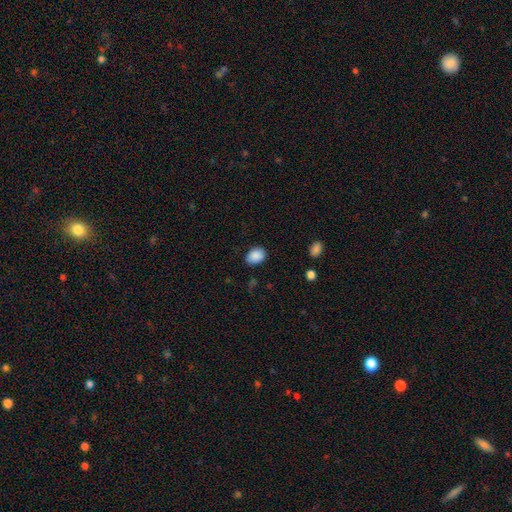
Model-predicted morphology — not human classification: A smooth galaxy with no disk features (89%) that is in between round and cigar-shaped (65%). Merging: none (83%).